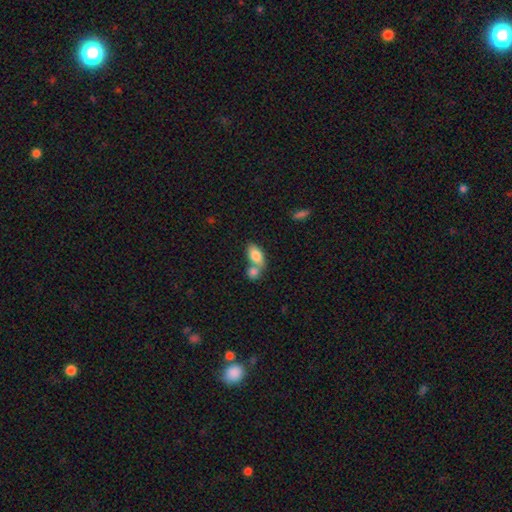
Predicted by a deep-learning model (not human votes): smooth_or_featured: smooth (p=0.81) [alt: featured or disk p=0.12]
how_rounded: in between (p=0.88) [alt: round p=0.07]
merging: merger (p=0.50) [alt: none p=0.36]